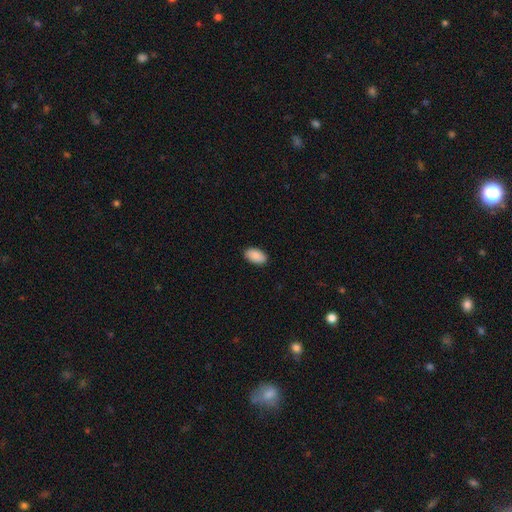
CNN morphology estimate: smooth-or-featured: smooth: 89% | star or artifact: 6% | featured or disk: 4%
  how-rounded: in between: 94% | round: 4% | cigar-shaped: 1%
  merging: none: 90% | minor disturbance: 8% | major disturbance: 2% | merger: 1%